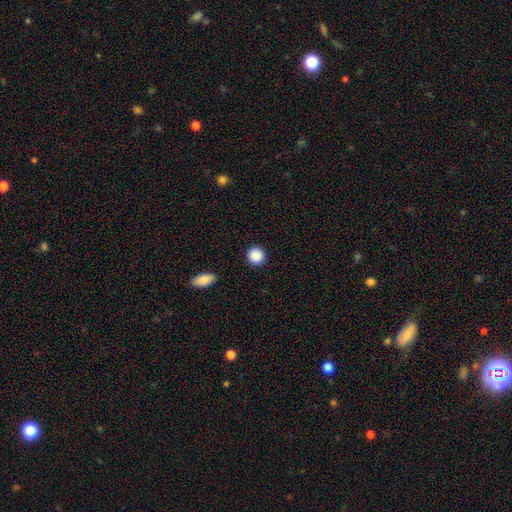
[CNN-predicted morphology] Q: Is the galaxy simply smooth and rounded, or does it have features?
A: smooth — 89%.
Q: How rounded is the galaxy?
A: round — 92%.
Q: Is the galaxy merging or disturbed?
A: none — 91%.